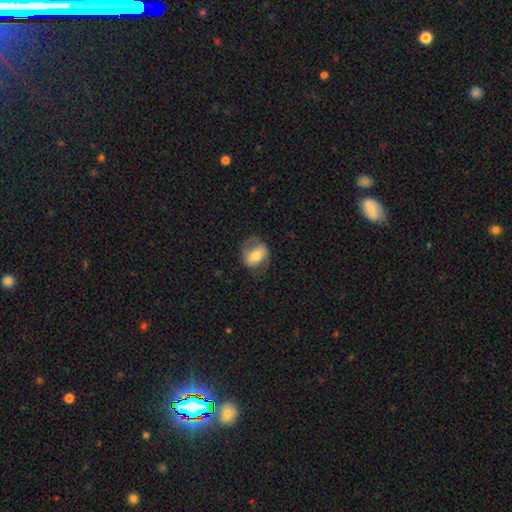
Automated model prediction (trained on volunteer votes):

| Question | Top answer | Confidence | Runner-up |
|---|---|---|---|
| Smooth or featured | smooth | 53% | featured or disk (39%) |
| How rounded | in between | 58% | round (41%) |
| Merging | none | 64% | minor disturbance (22%) |